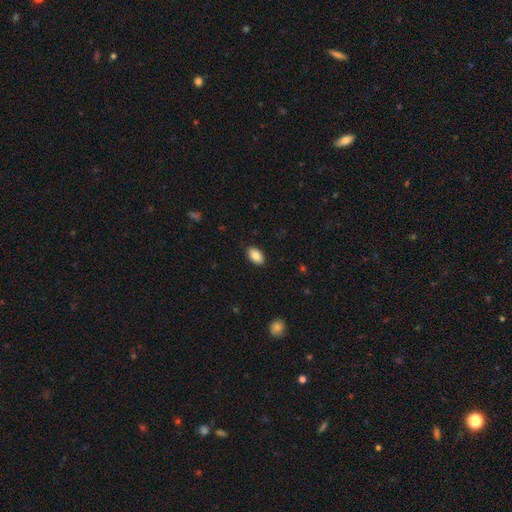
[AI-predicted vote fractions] Smooth or featured? Predicted: smooth (p=0.87). How rounded? Predicted: in between (p=0.93). Merging? Predicted: none (p=0.89).